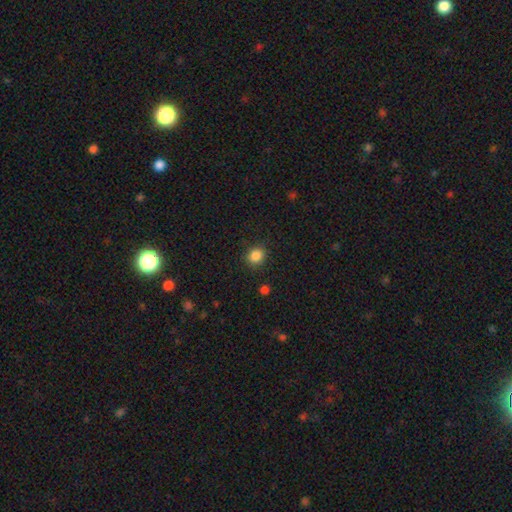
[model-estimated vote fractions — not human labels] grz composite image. It shows a smooth galaxy with no disk features (86%) that is round (76%). Merging: none (87%).